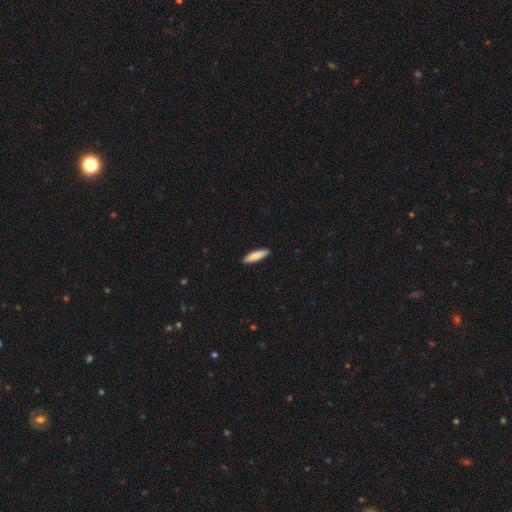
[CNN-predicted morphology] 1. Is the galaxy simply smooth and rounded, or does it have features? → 86% smooth, 9% featured or disk, 5% star or artifact.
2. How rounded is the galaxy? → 76% cigar-shaped, 23% in between, 1% round.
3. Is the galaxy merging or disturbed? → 91% none, 7% minor disturbance, 1% major disturbance, 1% merger.